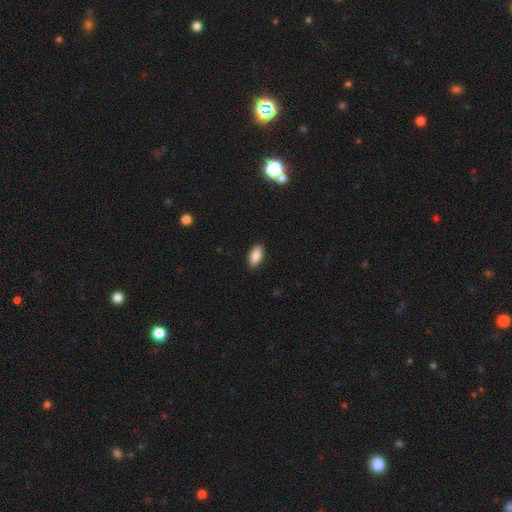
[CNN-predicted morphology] smooth-or-featured: smooth: 88% | star or artifact: 7% | featured or disk: 5%
  how-rounded: in between: 91% | cigar-shaped: 6% | round: 3%
  merging: none: 88% | minor disturbance: 9% | major disturbance: 2% | merger: 1%